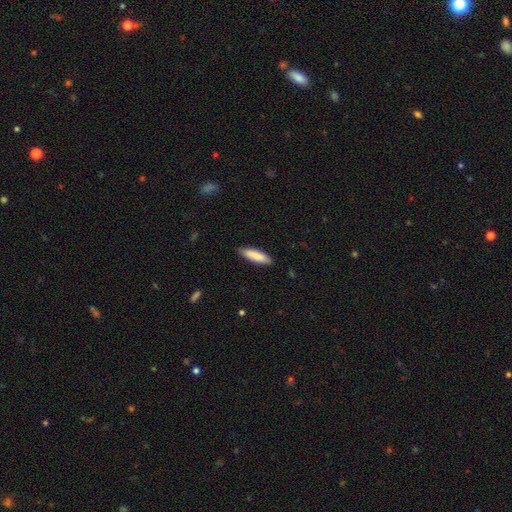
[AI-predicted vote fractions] smooth 88%, featured or disk 7%, star or artifact 6%. Down the decision tree: how rounded — cigar-shaped (62%); merging — none (88%).